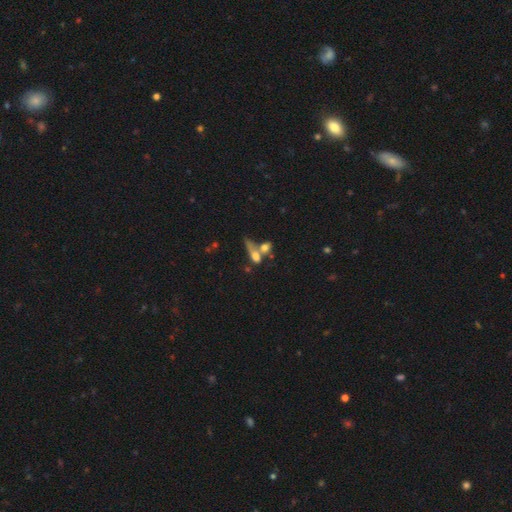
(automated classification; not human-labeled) This is likely a smooth galaxy (60%). How rounded: possibly in between (55%). Merging: possibly merger (55%).